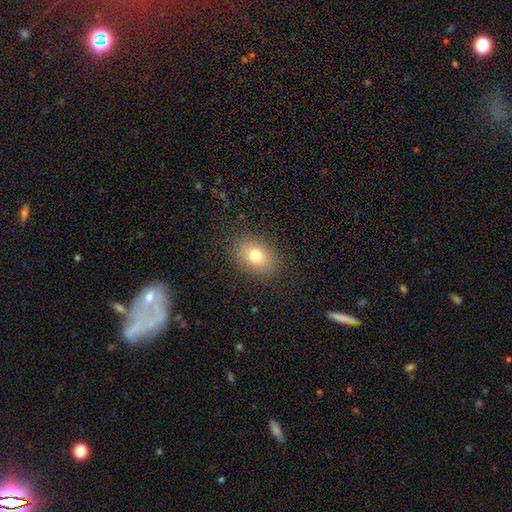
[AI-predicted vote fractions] smooth_or_featured: smooth (p=0.77) [alt: featured or disk p=0.12]
how_rounded: in between (p=0.74) [alt: round p=0.24]
merging: none (p=0.86) [alt: minor disturbance p=0.10]